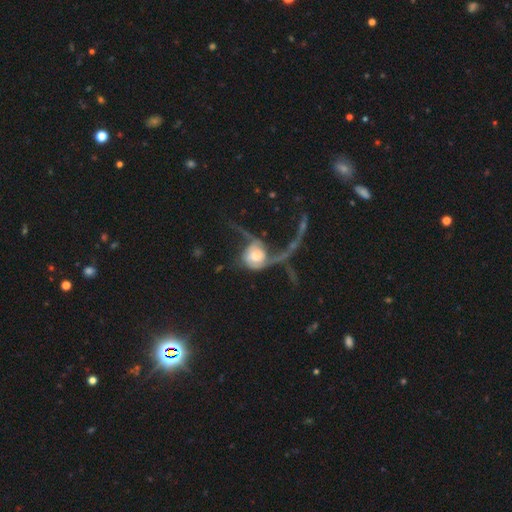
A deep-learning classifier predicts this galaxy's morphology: smooth_or_featured: featured or disk (p=0.63) [alt: smooth p=0.29]
disk_edge_on: no (p=0.93) [alt: yes p=0.07]
bar: no (p=0.76) [alt: weak p=0.18]
has_spiral_arms: yes (p=0.67) [alt: no p=0.33]
bulge_size: large (p=0.41) [alt: moderate p=0.36]
merging: major disturbance (p=0.55) [alt: merger p=0.19]